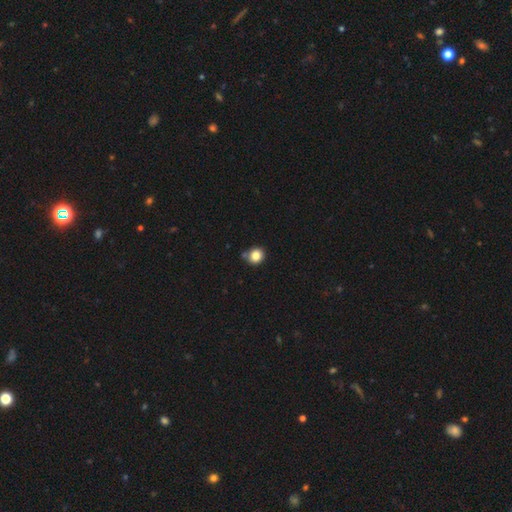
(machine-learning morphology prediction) type=smooth (83%); roundness=round (80%); merging=none (71%).